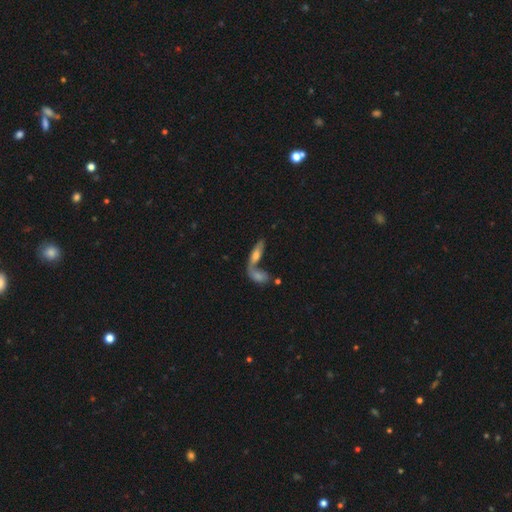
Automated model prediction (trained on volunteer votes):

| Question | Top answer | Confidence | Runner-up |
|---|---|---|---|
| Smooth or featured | smooth | 53% | featured or disk (38%) |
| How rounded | in between | 53% | cigar-shaped (43%) |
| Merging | merger | 58% | none (28%) |